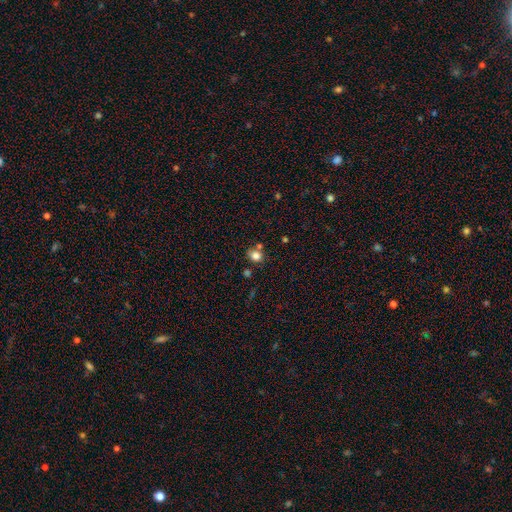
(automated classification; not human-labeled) Morphology: type=smooth (81%); roundness=round (63%); merging=none (64%).